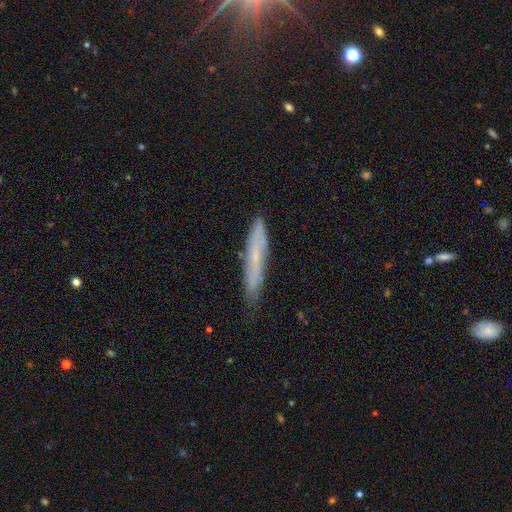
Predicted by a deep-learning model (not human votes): The model was most divided on "smooth or featured": smooth: 50%, featured or disk: 41%, star or artifact: 9%. More confident: merging — none (78%).